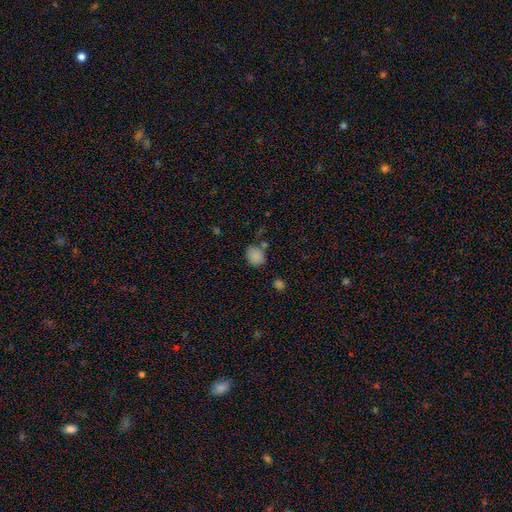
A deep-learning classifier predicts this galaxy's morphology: This appears to be a smooth galaxy with no disk features (83%) that is round (70%). Merging: none (65%).